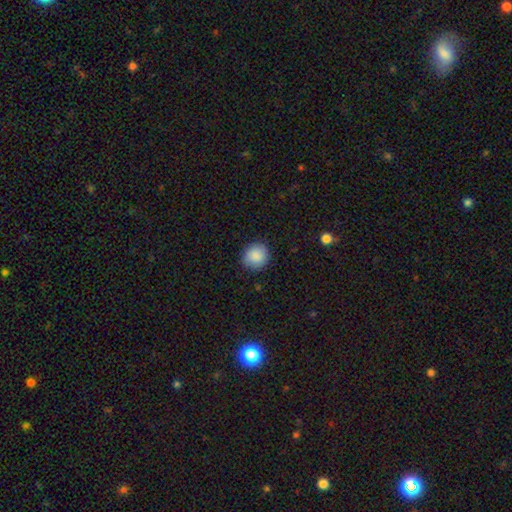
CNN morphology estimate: This is clearly a smooth galaxy (89%). How rounded: clearly round (88%). Merging: clearly none (87%).